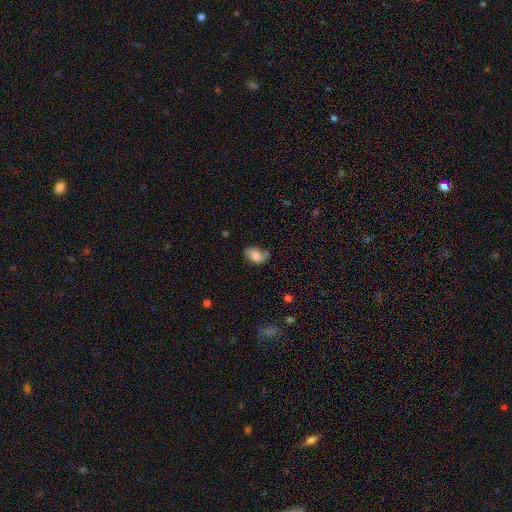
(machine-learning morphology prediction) type=smooth (60%); roundness=in between (82%); merging=none (46%).